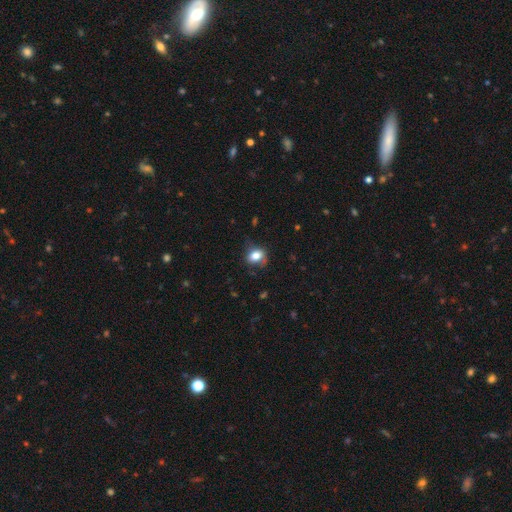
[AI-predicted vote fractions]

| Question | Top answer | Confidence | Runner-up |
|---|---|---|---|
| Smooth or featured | smooth | 78% | featured or disk (13%) |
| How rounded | in between | 60% | round (38%) |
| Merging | none | 66% | minor disturbance (24%) |